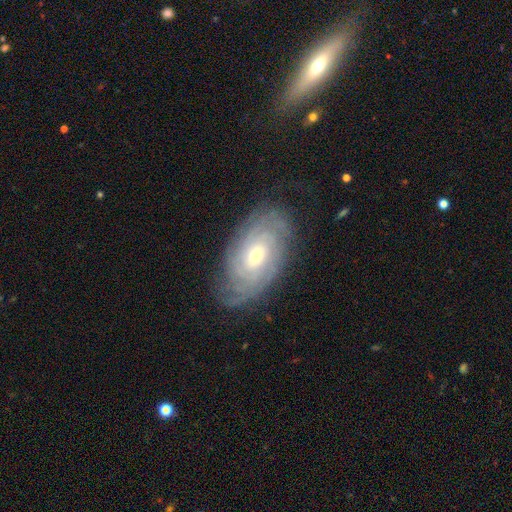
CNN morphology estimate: A featured or disk galaxy (82%) with no bar (67%), tight (81%) spiral arms (96%) and a small central bulge (54%). Merging: none (80%).